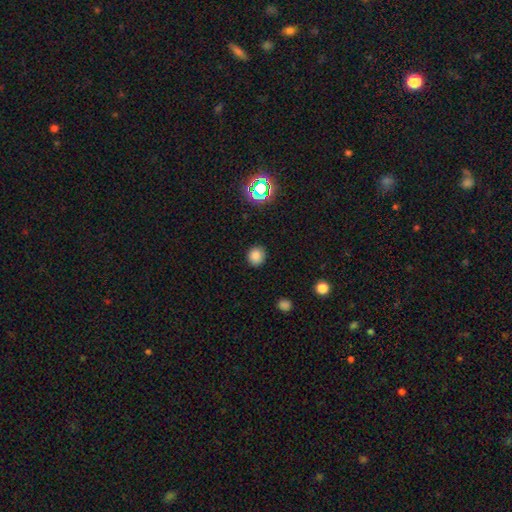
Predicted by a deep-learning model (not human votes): A smooth galaxy with no disk features (81%) that is round (88%).

Vote fractions:
- Smooth or featured? smooth: 81% / star or artifact: 15% / featured or disk: 4%
- How rounded? round: 88% / in between: 11% / cigar-shaped: 1%
- Merging? none: 89% / minor disturbance: 7% / major disturbance: 2% / merger: 1%